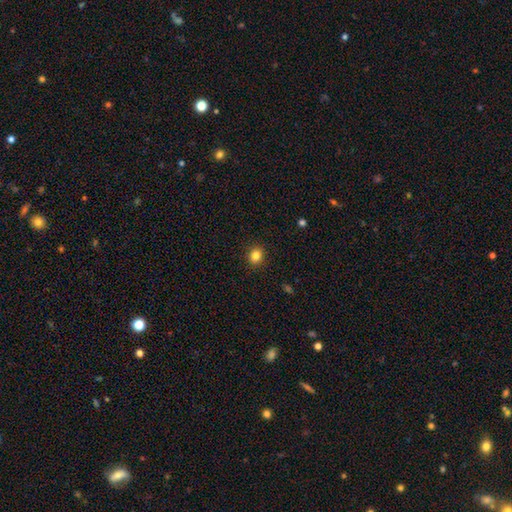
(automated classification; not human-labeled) Smooth or featured: smooth — 83% (star or artifact — 12%)
How rounded: round — 78% (in between — 22%)
Merging: none — 91% (minor disturbance — 6%)